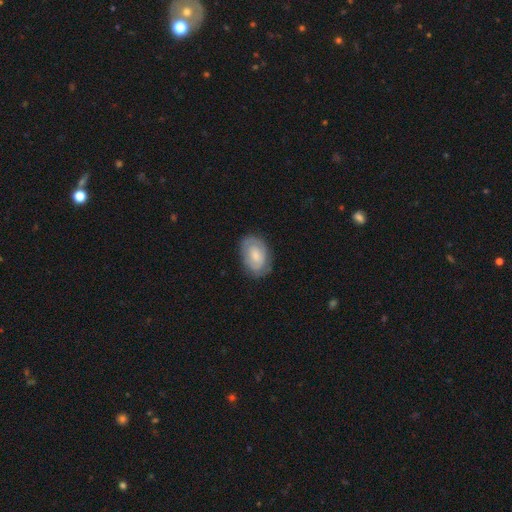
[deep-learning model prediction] Q: Smooth or featured?
A: smooth (49%); runner-up: featured or disk (44%)
Q: Merging?
A: none (75%); runner-up: minor disturbance (19%)